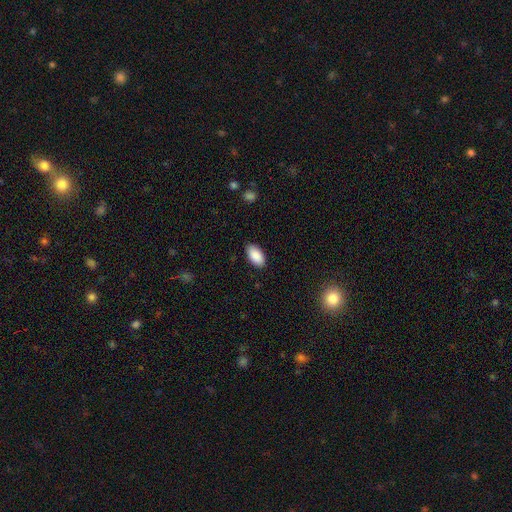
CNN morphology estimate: A smooth galaxy with no disk features (90%) that is in between round and cigar-shaped (95%).

Vote fractions:
- Smooth or featured? smooth: 90% / star or artifact: 6% / featured or disk: 4%
- How rounded? in between: 95% / round: 3% / cigar-shaped: 2%
- Merging? none: 87% / minor disturbance: 10% / major disturbance: 2% / merger: 1%